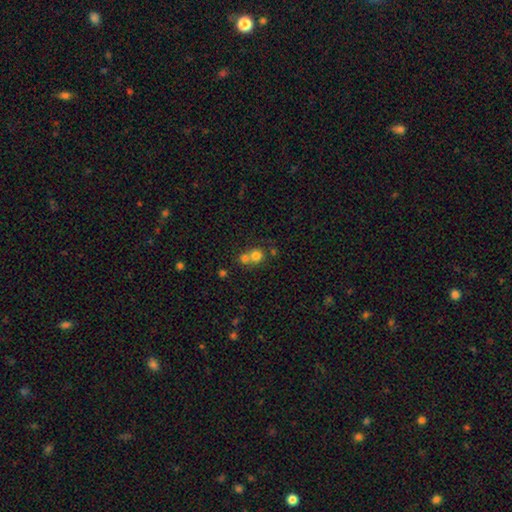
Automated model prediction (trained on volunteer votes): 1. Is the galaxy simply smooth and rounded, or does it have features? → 74% smooth, 13% star or artifact, 12% featured or disk.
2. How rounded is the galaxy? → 85% round, 14% in between, 1% cigar-shaped.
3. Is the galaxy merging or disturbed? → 55% merger, 37% none, 5% minor disturbance, 3% major disturbance.